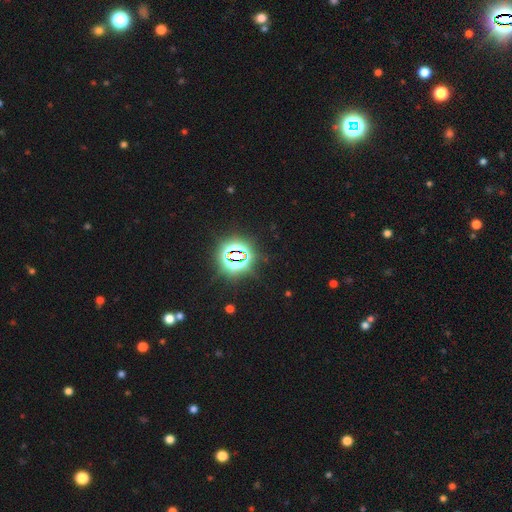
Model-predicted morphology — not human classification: Q: Smooth or featured?
A: star or artifact (83%); runner-up: smooth (11%)